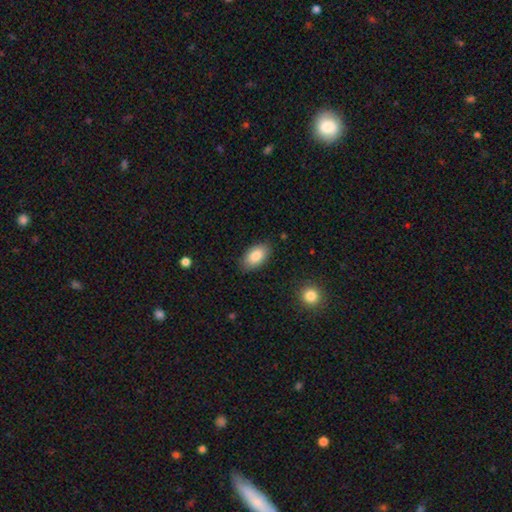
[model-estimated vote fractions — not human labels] This appears to be a smooth galaxy with no disk features (85%) that is in between round and cigar-shaped (94%). Merging: none (85%).